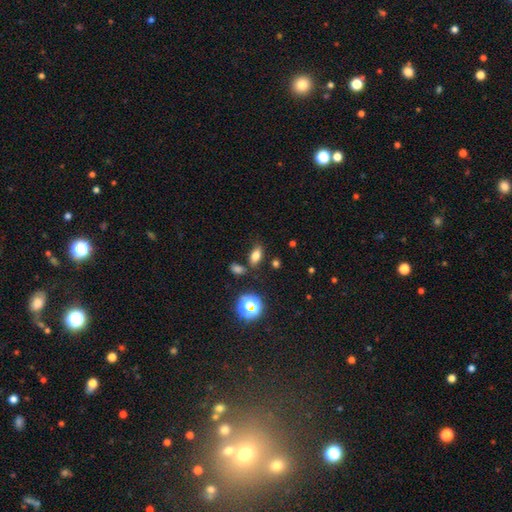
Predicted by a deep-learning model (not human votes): smooth_or_featured: smooth (p=0.73) [alt: star or artifact p=0.17]
how_rounded: in between (p=0.81) [alt: round p=0.11]
merging: none (p=0.76) [alt: minor disturbance p=0.11]